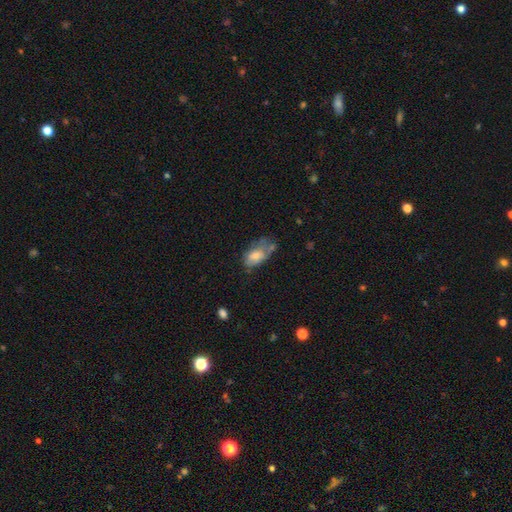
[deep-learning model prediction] Morphology: type=smooth (62%); roundness=in between (91%); merging=minor disturbance (34%).